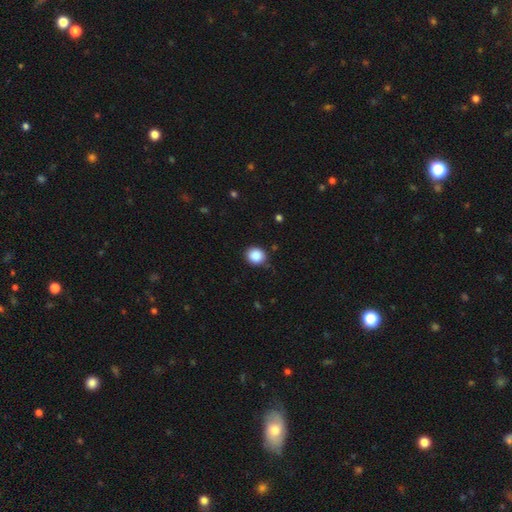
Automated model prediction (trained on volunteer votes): smooth 88%, star or artifact 9%, featured or disk 3%. Down the decision tree: how rounded — round (84%); merging — none (85%).